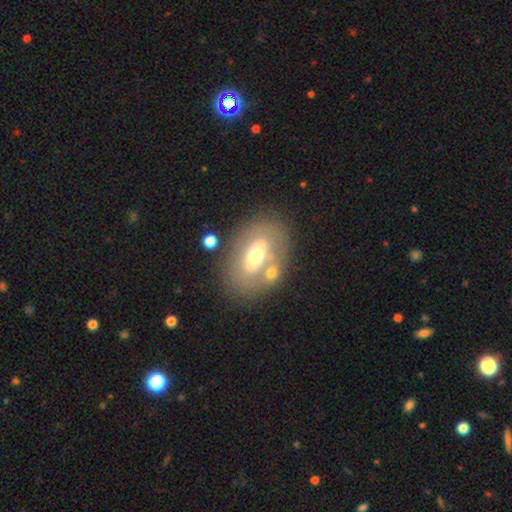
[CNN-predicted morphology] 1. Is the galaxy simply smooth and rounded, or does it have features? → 49% featured or disk, 43% smooth, 9% star or artifact.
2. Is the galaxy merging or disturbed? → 69% none, 13% minor disturbance, 11% merger, 6% major disturbance.